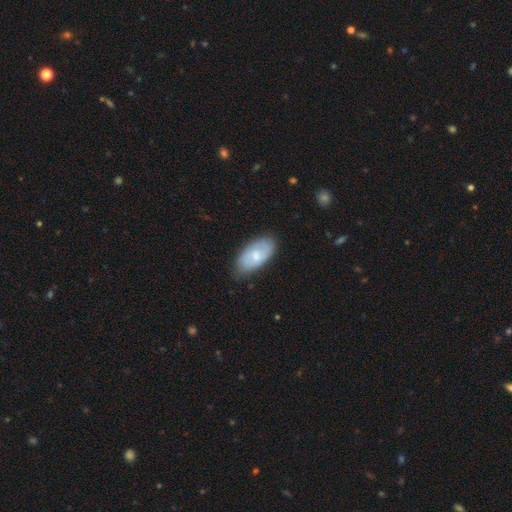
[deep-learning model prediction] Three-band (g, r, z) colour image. It shows a smooth galaxy with no disk features (57%) that is in between round and cigar-shaped (93%). Merging: none (74%).